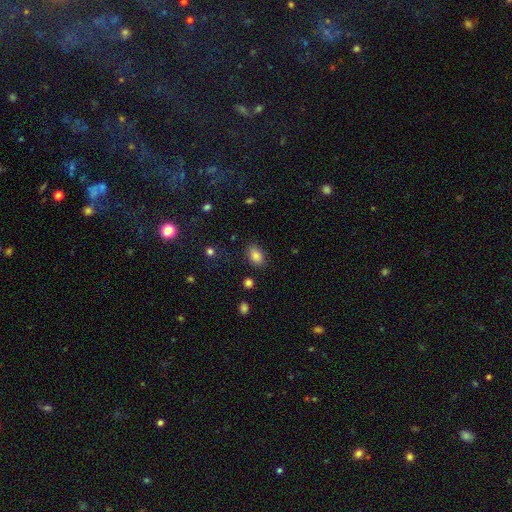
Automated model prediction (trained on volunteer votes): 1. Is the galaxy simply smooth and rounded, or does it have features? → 84% smooth, 10% star or artifact, 6% featured or disk.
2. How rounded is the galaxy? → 86% in between, 13% round, 1% cigar-shaped.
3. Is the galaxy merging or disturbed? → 82% none, 12% minor disturbance, 3% major disturbance, 2% merger.